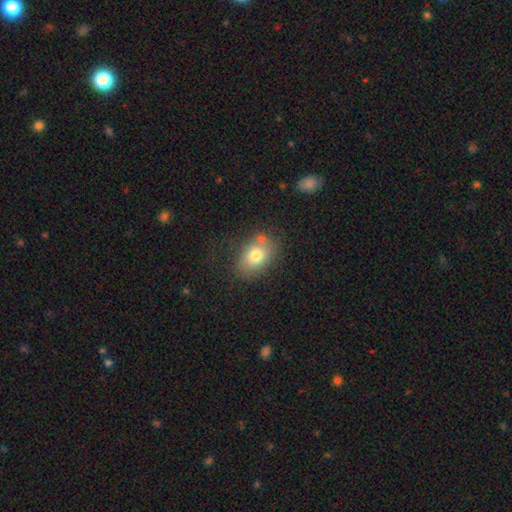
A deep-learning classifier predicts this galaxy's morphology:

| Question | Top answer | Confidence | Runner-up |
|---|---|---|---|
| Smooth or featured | smooth | 76% | featured or disk (15%) |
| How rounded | in between | 76% | round (23%) |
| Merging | none | 63% | minor disturbance (19%) |